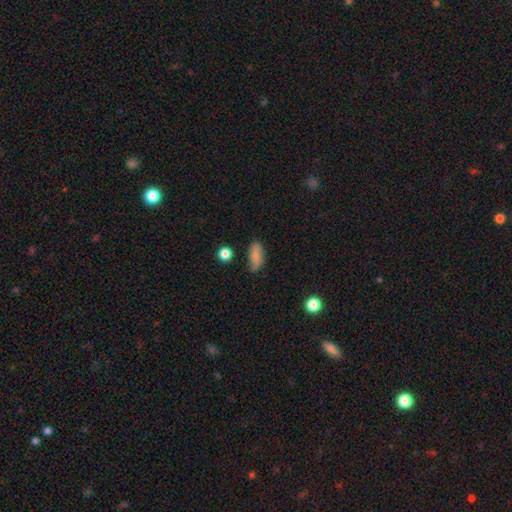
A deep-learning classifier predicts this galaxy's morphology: smooth_or_featured: smooth (p=0.76) [alt: featured or disk p=0.16]
how_rounded: in between (p=0.79) [alt: cigar-shaped p=0.16]
merging: none (p=0.75) [alt: minor disturbance p=0.19]